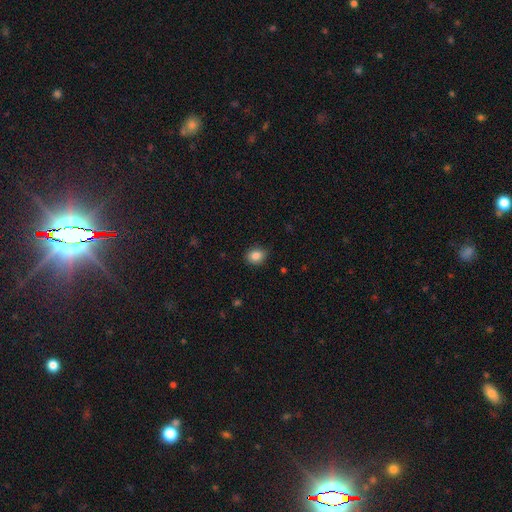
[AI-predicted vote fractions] Morphology: type=smooth (86%); roundness=round (51%); merging=none (84%).